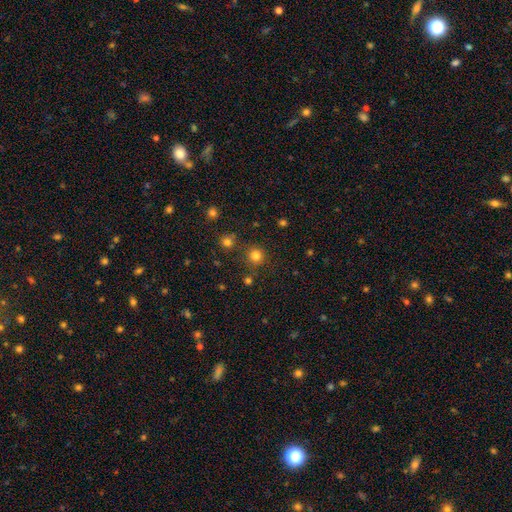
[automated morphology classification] type=smooth (80%); roundness=round (94%); merging=none (85%).